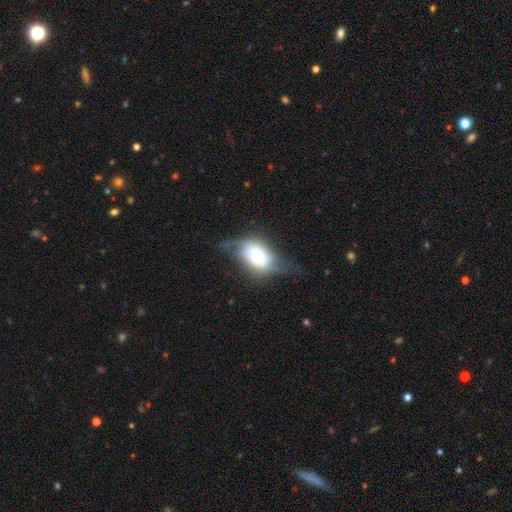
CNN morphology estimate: Smooth or featured? Predicted: smooth (p=0.46, tied with featured or disk). Merging? Predicted: none (p=0.40).